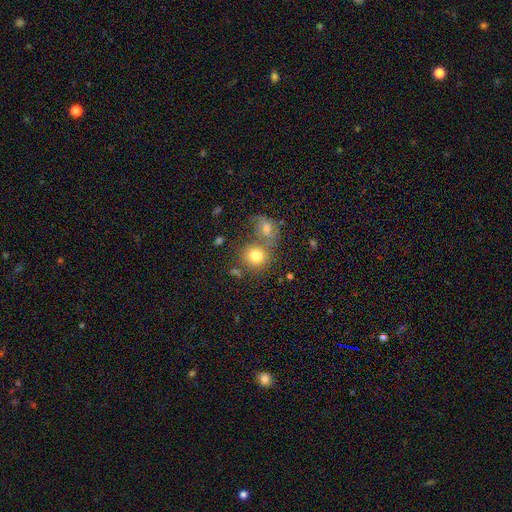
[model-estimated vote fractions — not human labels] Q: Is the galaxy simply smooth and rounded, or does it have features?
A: smooth — 77%.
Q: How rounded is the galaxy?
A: round — 83%.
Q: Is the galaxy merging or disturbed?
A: none — 56%.